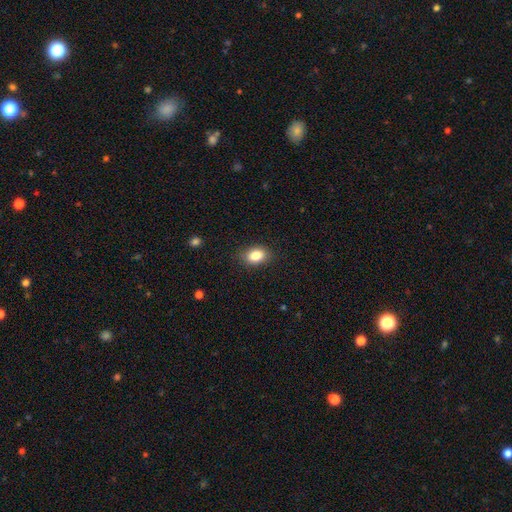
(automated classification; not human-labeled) Smooth or featured?
  - smooth: 84% *
  - star or artifact: 9%
  - featured or disk: 7%
How rounded?
  - in between: 80% *
  - round: 19%
  - cigar-shaped: 1%
Merging?
  - none: 86% *
  - minor disturbance: 11%
  - major disturbance: 3%
  - merger: 1%